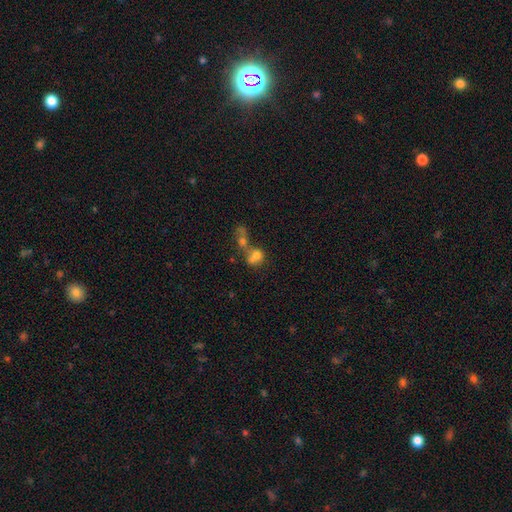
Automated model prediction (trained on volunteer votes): A smooth galaxy with no disk features (66%) that is round (50%). Merging: merger (68%).